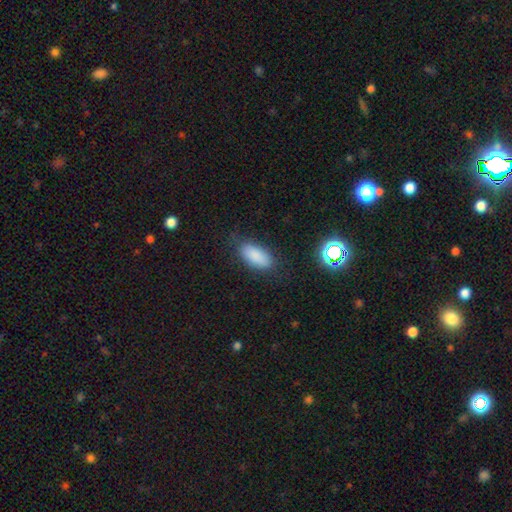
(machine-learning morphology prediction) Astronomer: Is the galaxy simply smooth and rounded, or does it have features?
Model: smooth — 86%.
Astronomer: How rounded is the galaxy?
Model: in between — 89%.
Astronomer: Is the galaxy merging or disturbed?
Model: none — 77%.